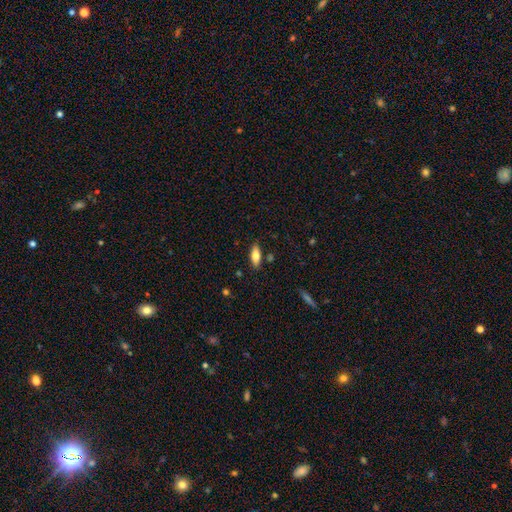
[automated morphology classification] smooth_or_featured: smooth (p=0.77) [alt: featured or disk p=0.16]
how_rounded: in between (p=0.76) [alt: cigar-shaped p=0.22]
merging: none (p=0.85) [alt: minor disturbance p=0.10]